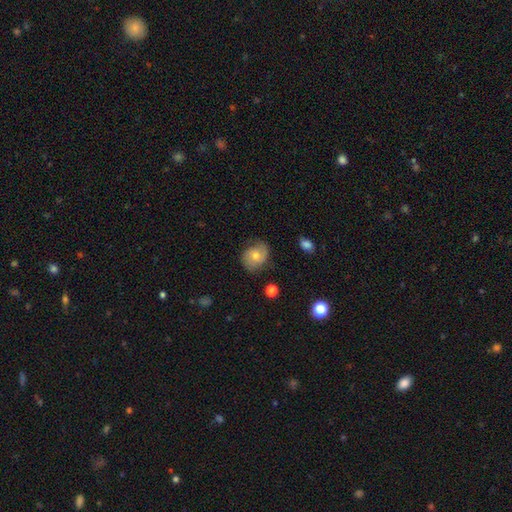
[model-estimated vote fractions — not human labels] This is possibly a featured or disk galaxy (46%, tied with smooth). Merging: likely none (69%).